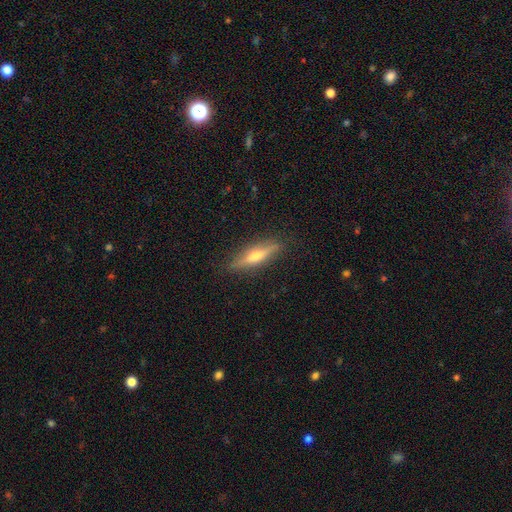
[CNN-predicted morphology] Overall: featured or disk (61%; smooth 32%). Edge-on disk: yes (94%). Edge-on bulge: rounded (89%). Merging: none (88%).